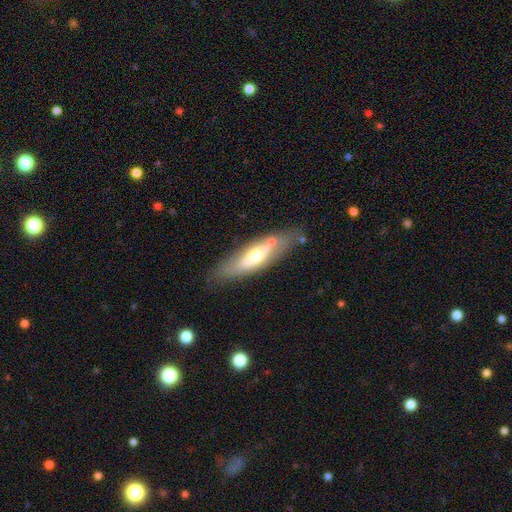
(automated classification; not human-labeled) Overall: featured or disk (48%; smooth 46%). Merging: none (73%).